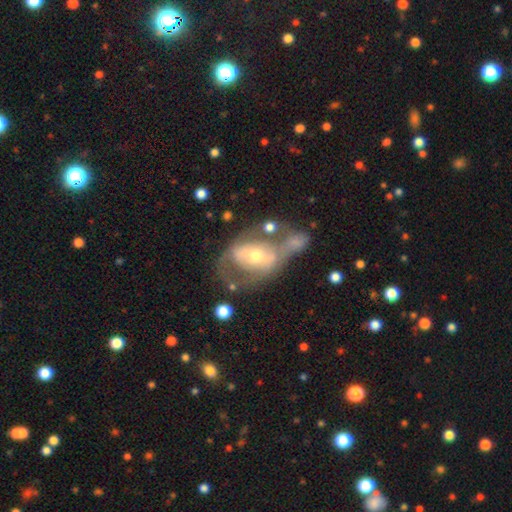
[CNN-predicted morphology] Overall: featured or disk (64%; smooth 28%). Edge-on disk: no (93%). Bar: no (40%; weak 31%). Spiral arms: no (62%; yes 38%). Bulge size: moderate (64%; small 26%). Merging: merger (28%, tied with none).